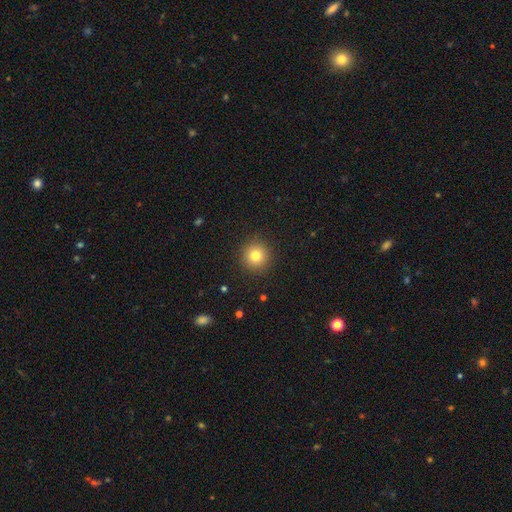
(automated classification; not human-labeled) Q: Smooth or featured?
A: smooth (80%); runner-up: star or artifact (12%)
Q: How rounded?
A: round (95%); runner-up: in between (4%)
Q: Merging?
A: none (91%); runner-up: minor disturbance (6%)